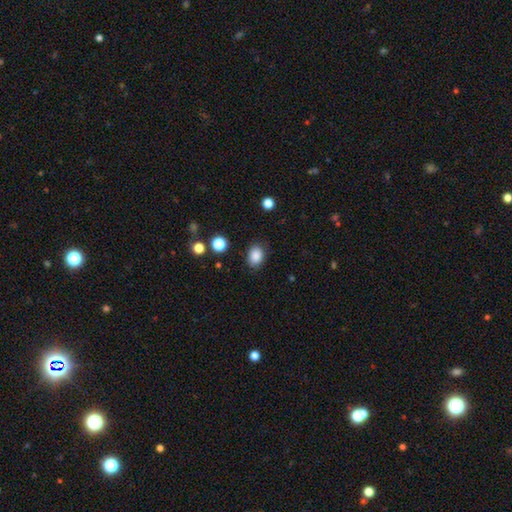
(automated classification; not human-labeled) Morphology: type=smooth (87%); roundness=in between (66%); merging=none (85%).